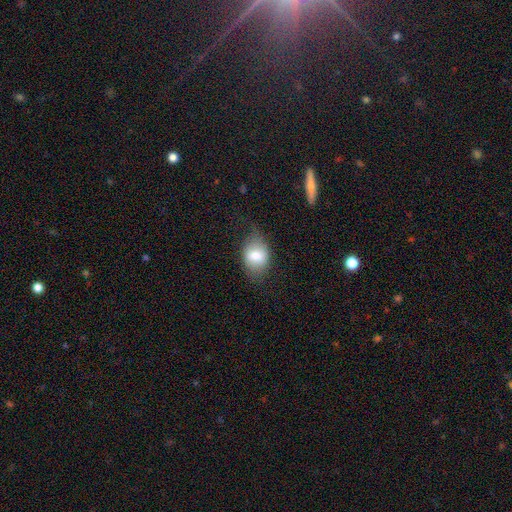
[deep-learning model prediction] This is likely a smooth galaxy (73%). How rounded: likely in between (75%). Merging: likely none (60%).